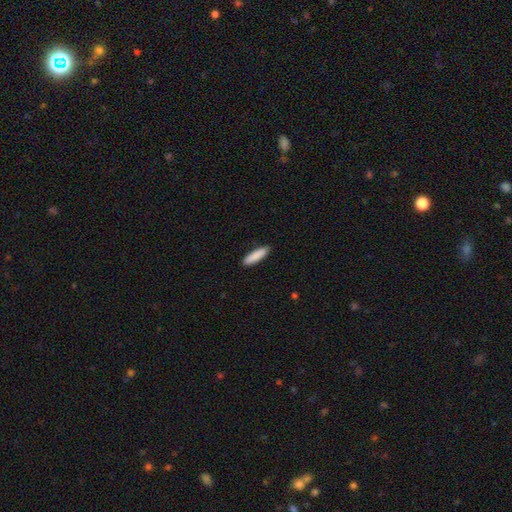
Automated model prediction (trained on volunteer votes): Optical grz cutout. It shows a smooth galaxy with no disk features (89%) that is cigar-shaped (71%). Merging: none (90%).